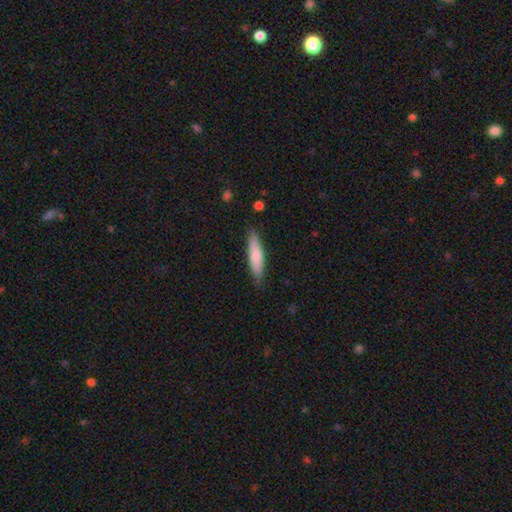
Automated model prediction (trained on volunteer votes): This appears to be a smooth galaxy with no disk features (73%) that is cigar-shaped (80%). Merging: none (85%).